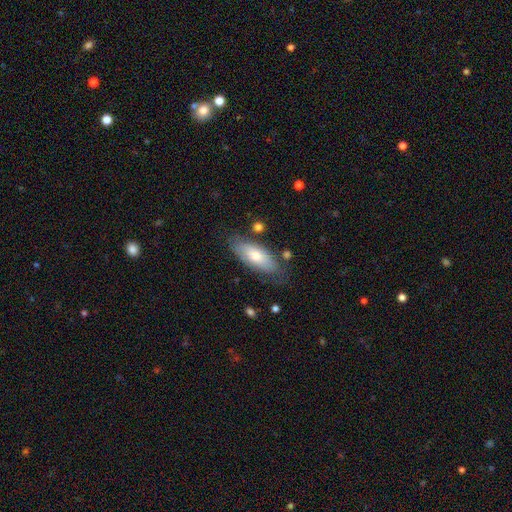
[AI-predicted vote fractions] Morphology: type=smooth (65%); roundness=in between (80%); merging=none (75%).